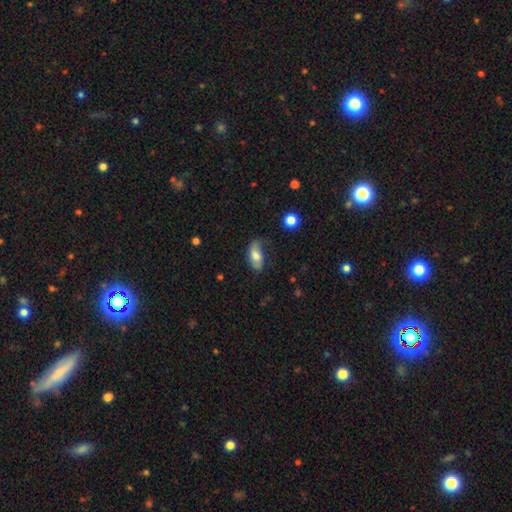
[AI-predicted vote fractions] Overall: smooth (64%; featured or disk 28%). How rounded: in between (89%). Merging: none (55%; minor disturbance 31%).